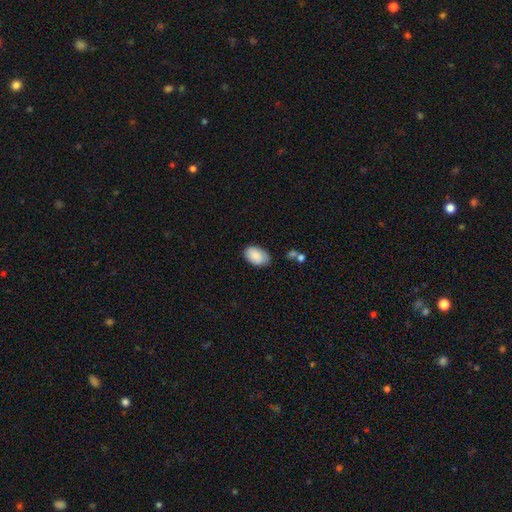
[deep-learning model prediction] This appears to be a smooth galaxy with no disk features (88%) that is in between round and cigar-shaped (91%). Merging: none (76%).